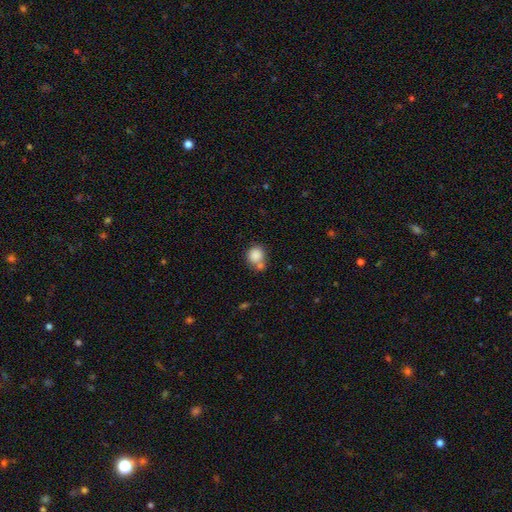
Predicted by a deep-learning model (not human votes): smooth-or-featured: smooth: 85% | star or artifact: 9% | featured or disk: 6%
  how-rounded: round: 82% | in between: 17% | cigar-shaped: 1%
  merging: none: 50% | merger: 32% | minor disturbance: 13% | major disturbance: 5%